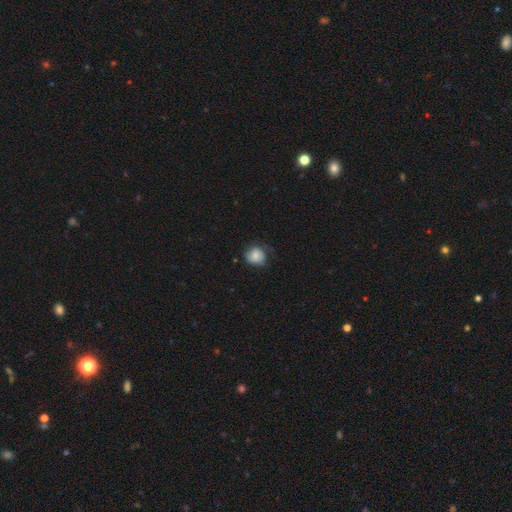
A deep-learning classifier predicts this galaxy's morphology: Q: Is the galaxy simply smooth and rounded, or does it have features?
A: smooth — 79%.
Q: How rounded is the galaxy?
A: round — 77%.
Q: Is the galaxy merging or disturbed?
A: none — 62%.